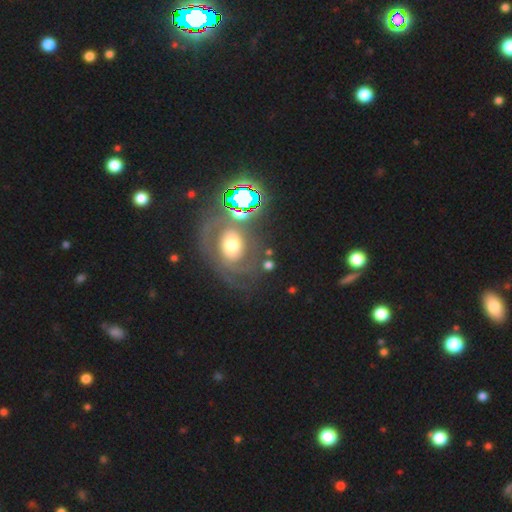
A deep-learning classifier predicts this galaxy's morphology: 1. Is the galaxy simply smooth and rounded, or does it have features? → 34% smooth, 33% star or artifact, 33% featured or disk.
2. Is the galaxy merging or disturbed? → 54% none, 21% merger, 14% minor disturbance, 11% major disturbance.